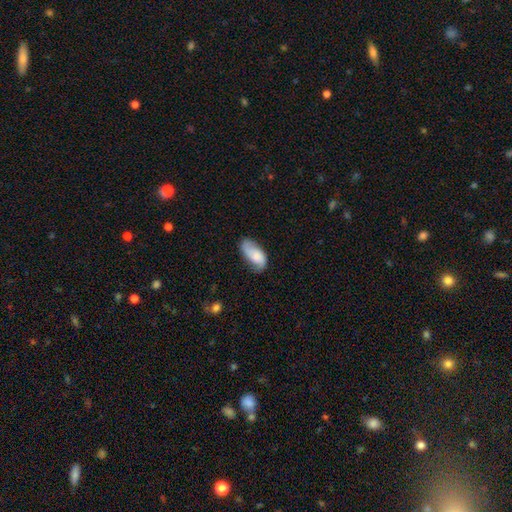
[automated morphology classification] smooth-or-featured: smooth: 65% | featured or disk: 28% | star or artifact: 7%
  how-rounded: in between: 91% | cigar-shaped: 7% | round: 3%
  merging: none: 50% | minor disturbance: 34% | major disturbance: 13% | merger: 3%